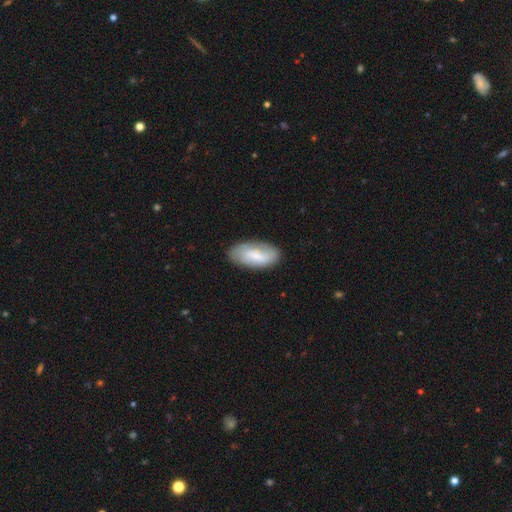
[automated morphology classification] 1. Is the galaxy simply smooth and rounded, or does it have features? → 63% smooth, 31% featured or disk, 6% star or artifact.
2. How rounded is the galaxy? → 92% in between, 6% cigar-shaped, 2% round.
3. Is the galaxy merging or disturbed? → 76% none, 18% minor disturbance, 5% major disturbance, 1% merger.